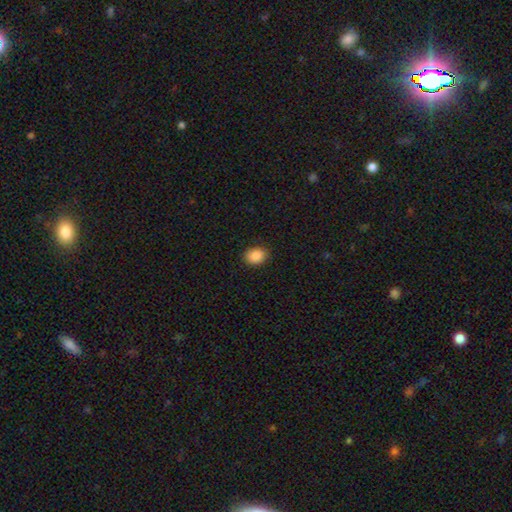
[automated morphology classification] Smooth or featured? Predicted: smooth (p=0.88). How rounded? Predicted: in between (p=0.57). Merging? Predicted: none (p=0.89).